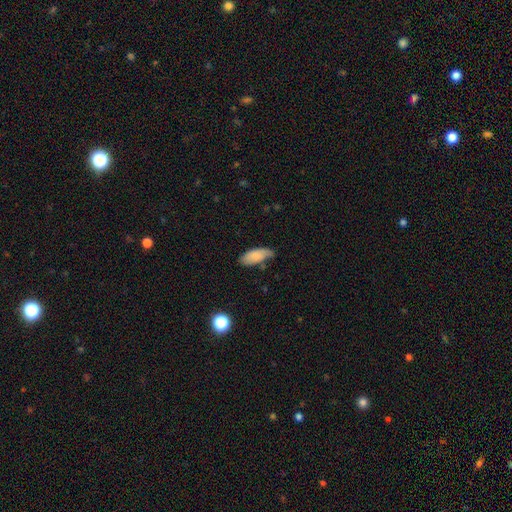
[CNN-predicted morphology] Smooth or featured? Predicted: smooth (p=0.80). How rounded? Predicted: in between (p=0.85). Merging? Predicted: none (p=0.54).